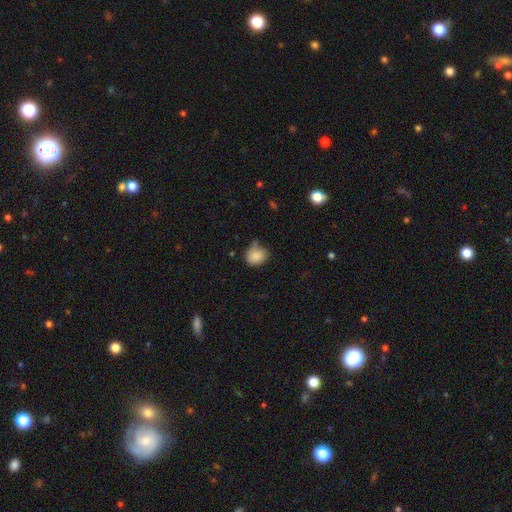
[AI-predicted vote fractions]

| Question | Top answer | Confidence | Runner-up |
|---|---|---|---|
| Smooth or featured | smooth | 86% | star or artifact (9%) |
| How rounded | round | 70% | in between (29%) |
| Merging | none | 58% | minor disturbance (32%) |